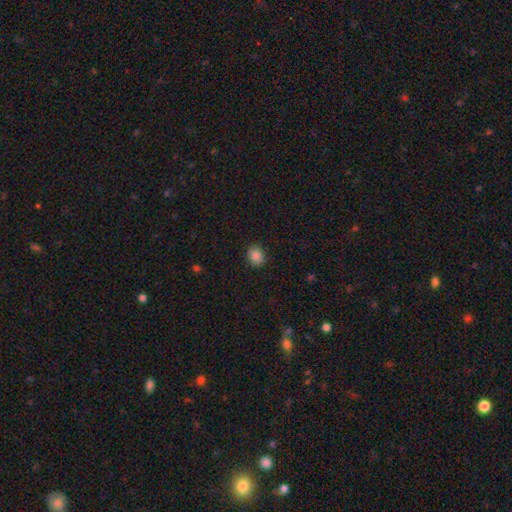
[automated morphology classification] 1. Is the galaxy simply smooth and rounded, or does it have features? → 85% smooth, 9% star or artifact, 5% featured or disk.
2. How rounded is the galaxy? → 60% round, 40% in between, 1% cigar-shaped.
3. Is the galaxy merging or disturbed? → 88% none, 9% minor disturbance, 2% major disturbance, 1% merger.